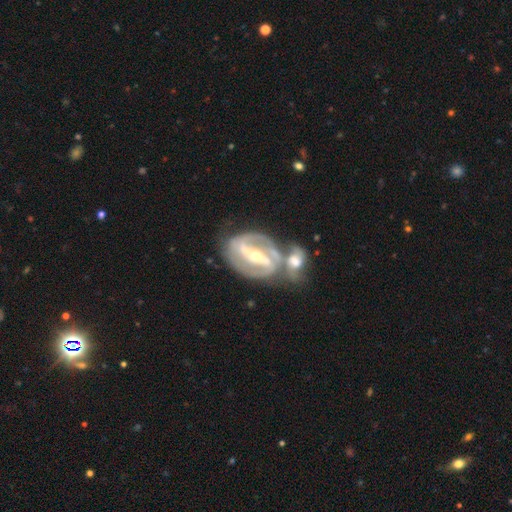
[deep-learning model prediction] Smooth or featured?
  - featured or disk: 90% *
  - smooth: 6%
  - star or artifact: 4%
Edge-on disk?
  - no: 95% *
  - yes: 5%
Bar?
  - strong: 74% *
  - weak: 18%
  - no: 8%
Spiral arms?
  - yes: 93% *
  - no: 7%
Spiral winding?
  - medium: 46% *
  - tight: 40%
  - loose: 14%
Spiral arm count?
  - 2: 86% *
  - can't tell: 6%
  - 3: 4%
  - 1: 2%
  - 4: 1%
  - more than 4: 1%
Bulge size?
  - small: 51% *
  - moderate: 46%
  - large: 2%
  - none: 1%
  - dominant: 1%
Merging?
  - merger: 44% *
  - none: 38%
  - minor disturbance: 12%
  - major disturbance: 6%